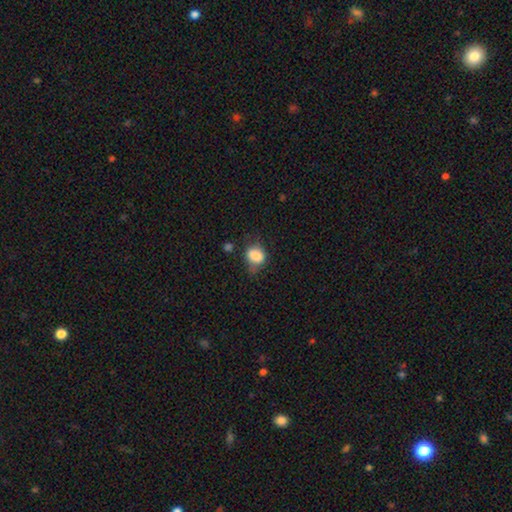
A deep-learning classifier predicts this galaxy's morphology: smooth-or-featured: smooth: 83% | star or artifact: 9% | featured or disk: 8%
  how-rounded: in between: 52% | round: 47% | cigar-shaped: 1%
  merging: none: 52% | minor disturbance: 32% | major disturbance: 11% | merger: 5%